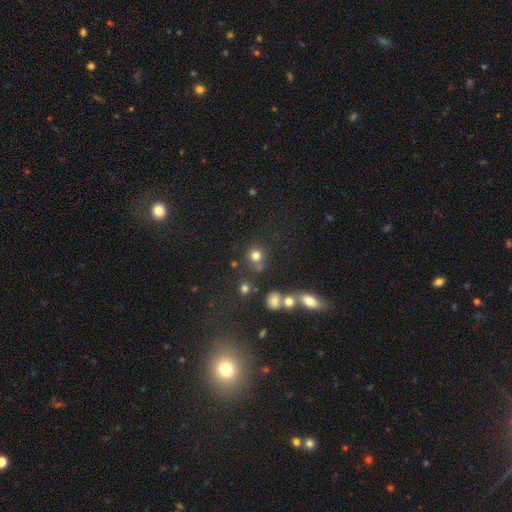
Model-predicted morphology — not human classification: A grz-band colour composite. It shows a smooth galaxy with no disk features (75%) that is round (88%). Merging: none (69%).